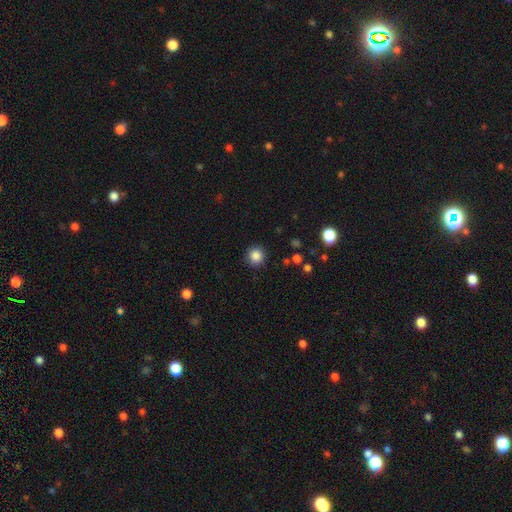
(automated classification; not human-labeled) Smooth or featured? smooth (86%)
How rounded? round (92%)
Merging? none (90%)